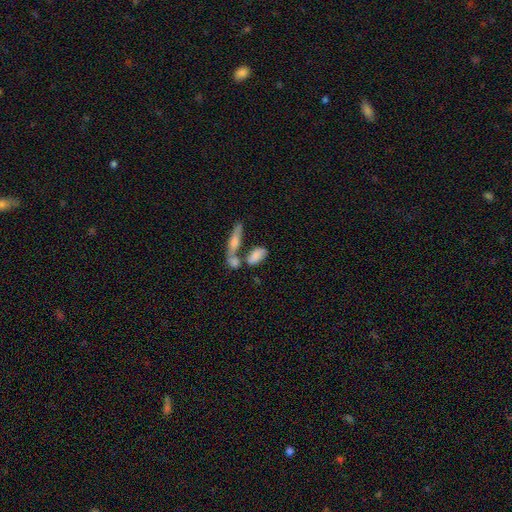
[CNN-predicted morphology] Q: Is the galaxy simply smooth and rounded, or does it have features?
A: smooth — 73%.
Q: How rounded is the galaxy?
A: in between — 75%.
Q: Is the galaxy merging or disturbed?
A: merger — 45%.